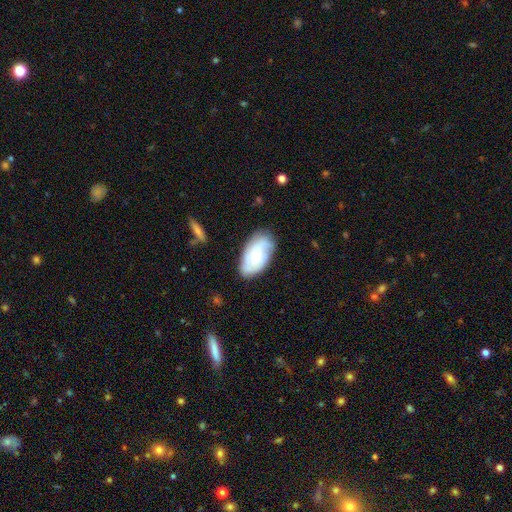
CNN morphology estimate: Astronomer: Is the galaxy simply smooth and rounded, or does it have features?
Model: smooth — 47% (runner-up: featured or disk, 46%).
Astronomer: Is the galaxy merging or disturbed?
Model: none — 70%.